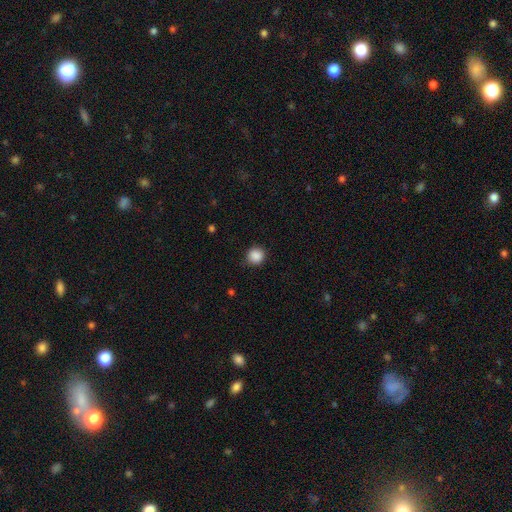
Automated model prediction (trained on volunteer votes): smooth_or_featured: smooth (p=0.88) [alt: star or artifact p=0.09]
how_rounded: round (p=0.91) [alt: in between p=0.08]
merging: none (p=0.85) [alt: minor disturbance p=0.11]